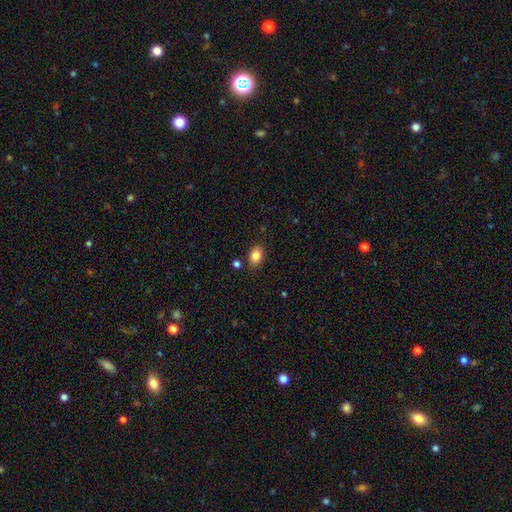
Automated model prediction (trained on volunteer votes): smooth 84%, star or artifact 10%, featured or disk 6%. Down the decision tree: how rounded — in between (71%); merging — none (83%).